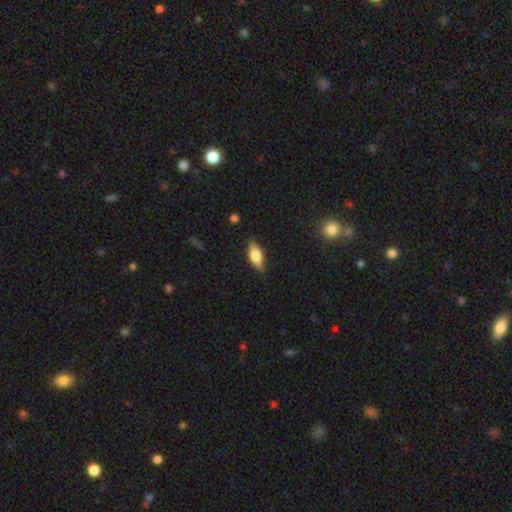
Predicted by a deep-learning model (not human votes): Smooth or featured? Predicted: smooth (p=0.73). How rounded? Predicted: in between (p=0.77). Merging? Predicted: none (p=0.84).